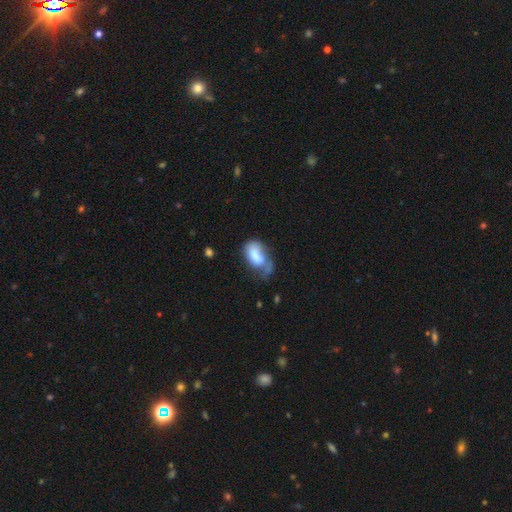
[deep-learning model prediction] This is likely a smooth galaxy (69%). How rounded: clearly in between (90%). Merging: marginally major disturbance (34%).